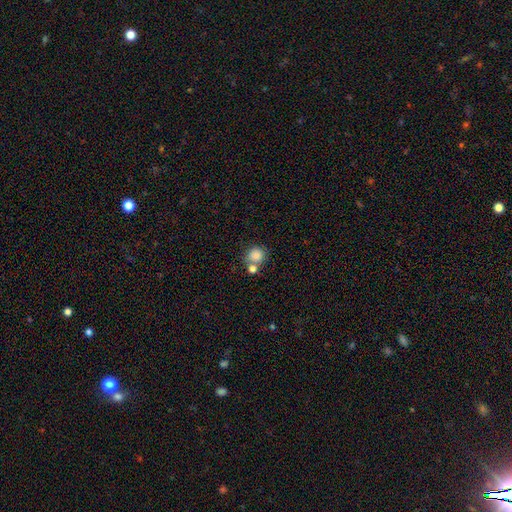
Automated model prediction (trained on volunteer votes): Smooth or featured? smooth (83%)
How rounded? round (86%)
Merging? none (56%)